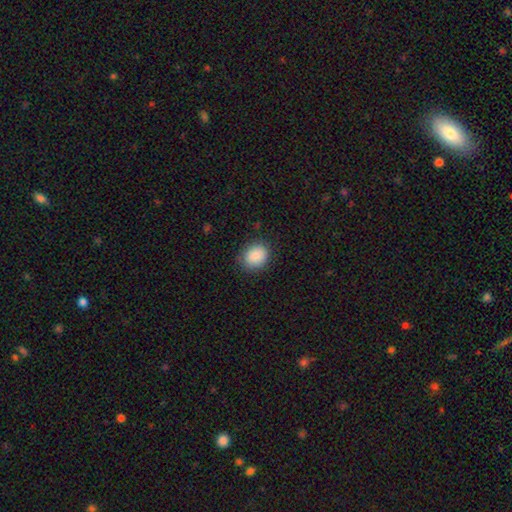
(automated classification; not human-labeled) A smooth galaxy with no disk features (88%) that is round (58%).

Vote fractions:
- Smooth or featured? smooth: 88% / star or artifact: 8% / featured or disk: 4%
- How rounded? round: 58% / in between: 41% / cigar-shaped: 1%
- Merging? none: 84% / minor disturbance: 12% / major disturbance: 3% / merger: 1%